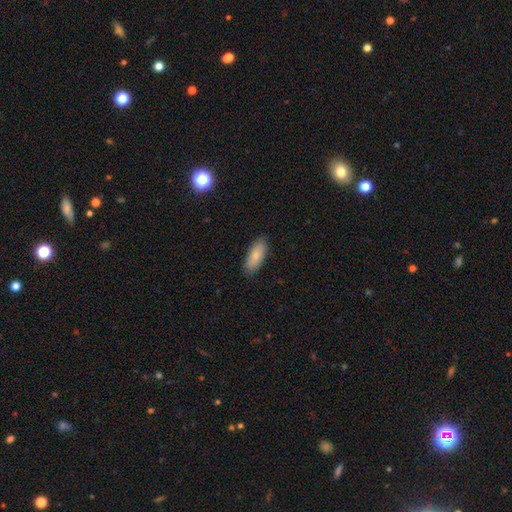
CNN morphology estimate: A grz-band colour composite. It shows a smooth galaxy with no disk features (81%) that is in between round and cigar-shaped (82%). Merging: none (86%).